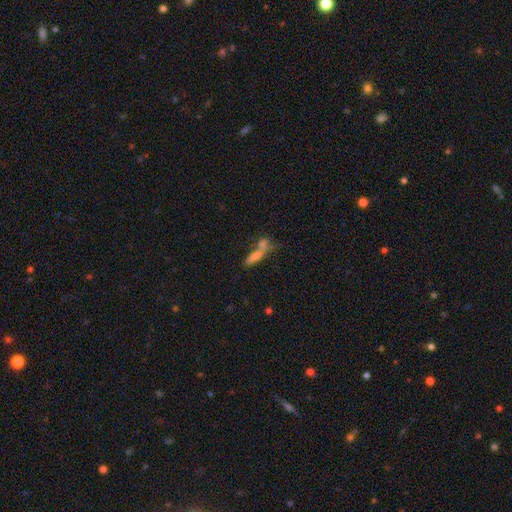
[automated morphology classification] type=smooth (55%); roundness=cigar-shaped (67%); merging=merger (46%).